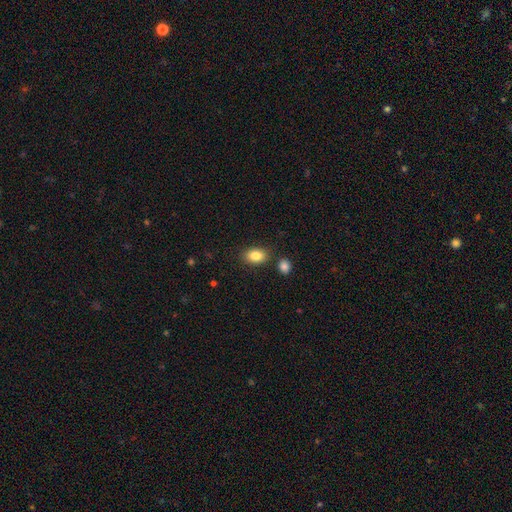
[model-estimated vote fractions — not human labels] A smooth galaxy with no disk features (85%) that is in between round and cigar-shaped (85%). Merging: none (81%).